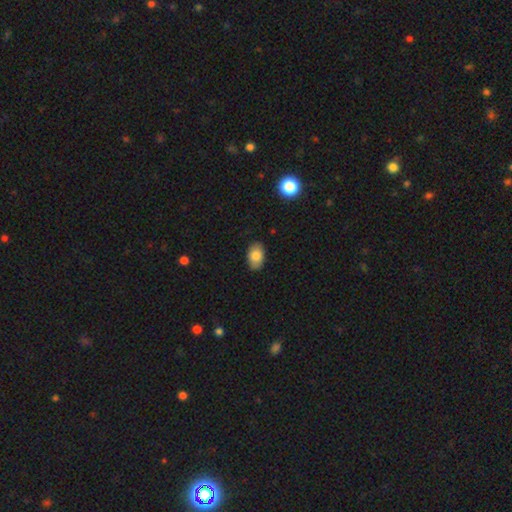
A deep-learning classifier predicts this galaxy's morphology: A smooth galaxy with no disk features (82%) that is in between round and cigar-shaped (89%).

Vote fractions:
- Smooth or featured? smooth: 82% / featured or disk: 11% / star or artifact: 8%
- How rounded? in between: 89% / round: 10% / cigar-shaped: 1%
- Merging? none: 85% / minor disturbance: 12% / major disturbance: 2% / merger: 1%